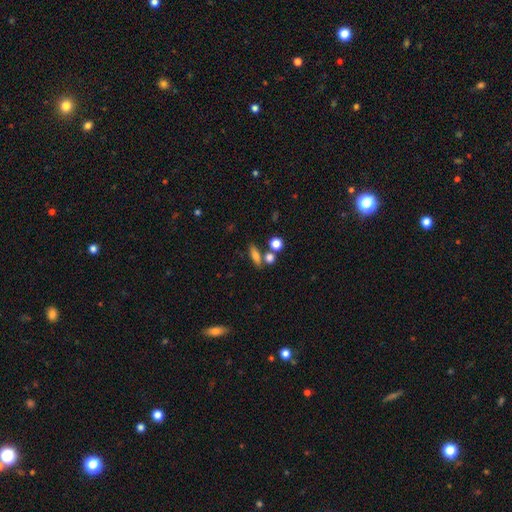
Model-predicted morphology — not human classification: Smooth or featured: smooth — 69% (featured or disk — 20%)
How rounded: in between — 48% (cigar-shaped — 37%)
Merging: none — 66% (merger — 19%)